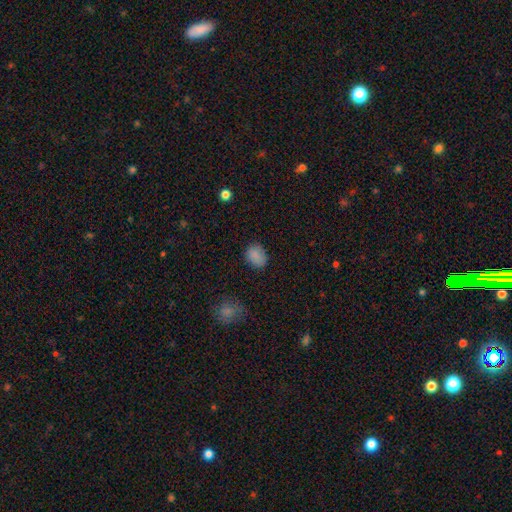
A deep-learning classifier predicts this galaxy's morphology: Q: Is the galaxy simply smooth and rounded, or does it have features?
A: smooth — 85%.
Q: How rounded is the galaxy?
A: in between — 51%.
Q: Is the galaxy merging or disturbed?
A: none — 79%.